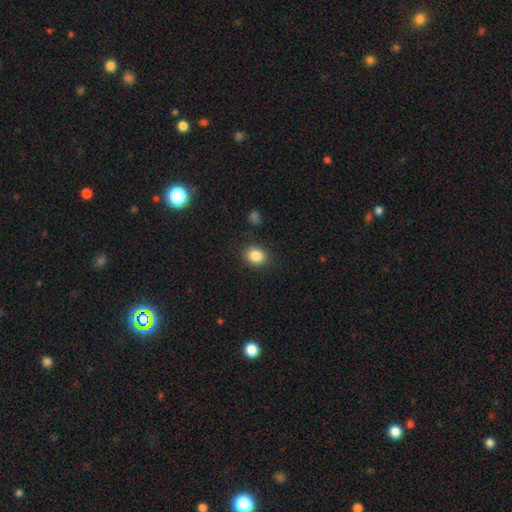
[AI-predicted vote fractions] Smooth or featured? Predicted: smooth (p=0.85). How rounded? Predicted: round (p=0.53). Merging? Predicted: none (p=0.86).